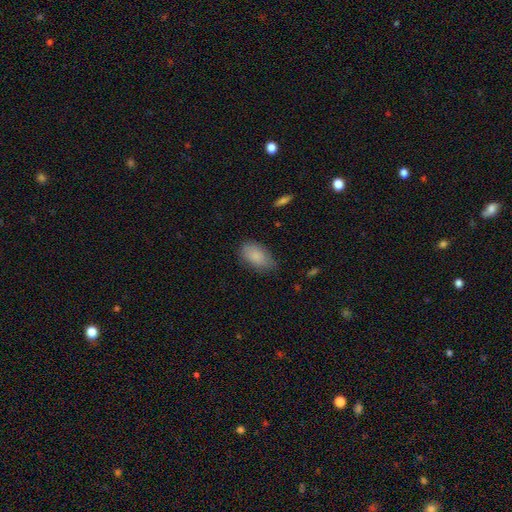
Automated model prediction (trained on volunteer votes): Smooth or featured? smooth (85%)
How rounded? in between (92%)
Merging? none (67%)